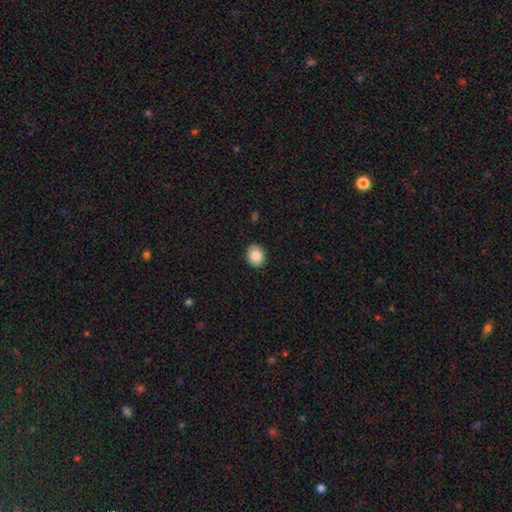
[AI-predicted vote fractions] smooth-or-featured: smooth: 86% | star or artifact: 8% | featured or disk: 6%
  how-rounded: round: 59% | in between: 40% | cigar-shaped: 1%
  merging: none: 90% | minor disturbance: 7% | major disturbance: 2% | merger: 1%